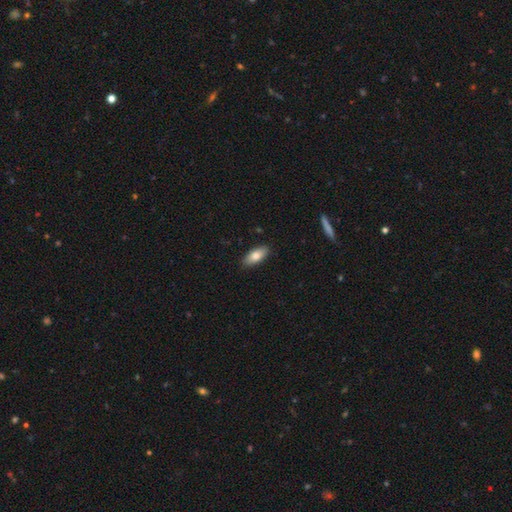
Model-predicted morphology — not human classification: A smooth galaxy with no disk features (79%) that is in between round and cigar-shaped (84%). Merging: none (89%).